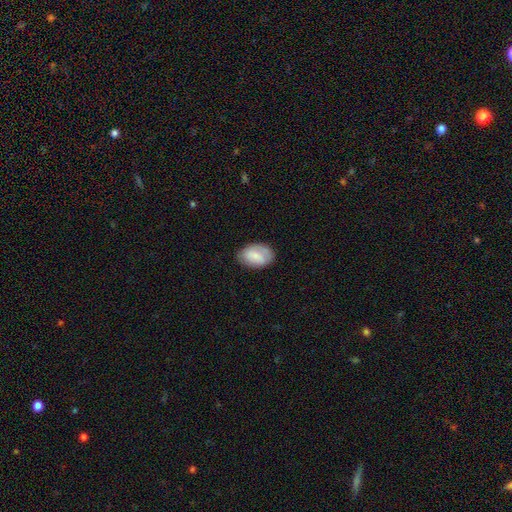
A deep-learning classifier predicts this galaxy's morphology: Smooth or featured? smooth (77%)
How rounded? in between (87%)
Merging? none (72%)